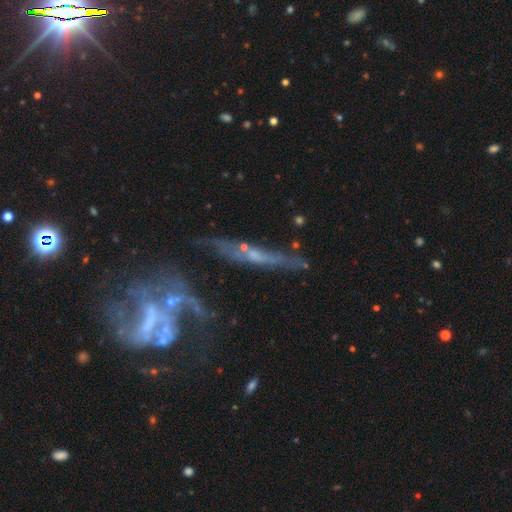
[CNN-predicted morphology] smooth-or-featured: featured or disk: 67% | smooth: 18% | star or artifact: 15%
  disk-edge-on: yes: 50% (tied) | no: 50% (tied)
  merging: none: 45% | major disturbance: 19% | minor disturbance: 18% | merger: 18%